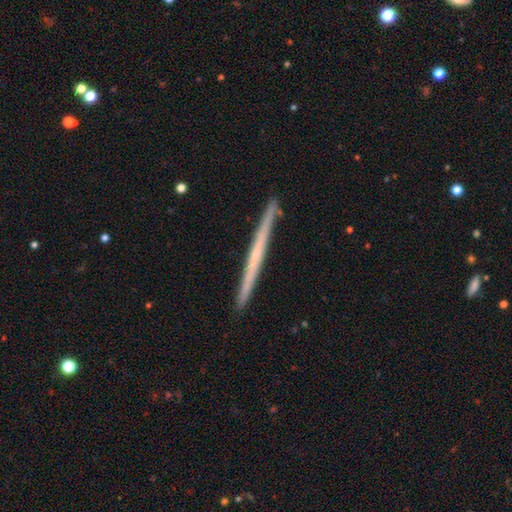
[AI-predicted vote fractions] Overall: featured or disk (63%; smooth 32%). Edge-on disk: yes (98%). Edge-on bulge: none (80%). Merging: none (92%).